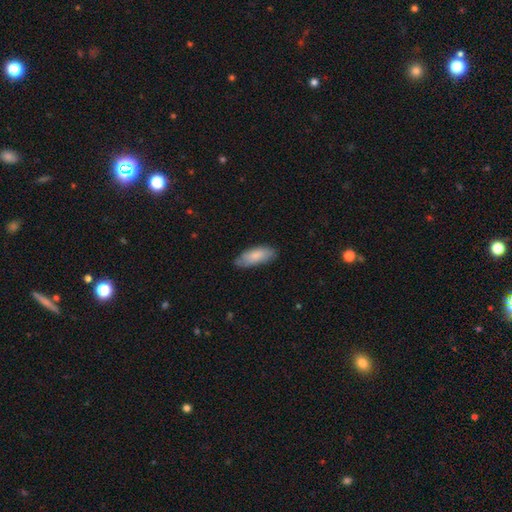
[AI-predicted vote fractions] This appears to be a smooth galaxy with no disk features (78%) that is in between round and cigar-shaped (78%). Merging: none (73%).